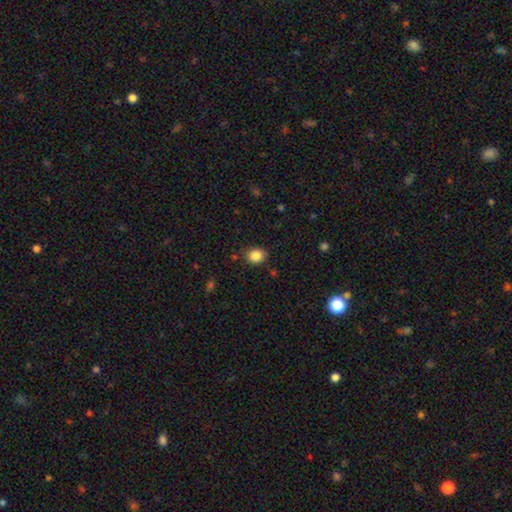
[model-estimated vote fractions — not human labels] Smooth or featured? smooth (85%)
How rounded? round (67%)
Merging? none (83%)